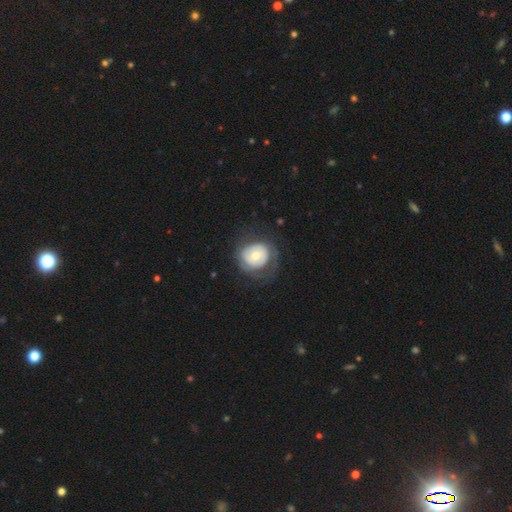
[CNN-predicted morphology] The model was most divided on "spiral arms": yes: 51%, no: 49%. More confident: edge-on disk — no (97%); bar — no (80%); bulge size — moderate (63%); merging — none (59%); smooth or featured — featured or disk (53%).